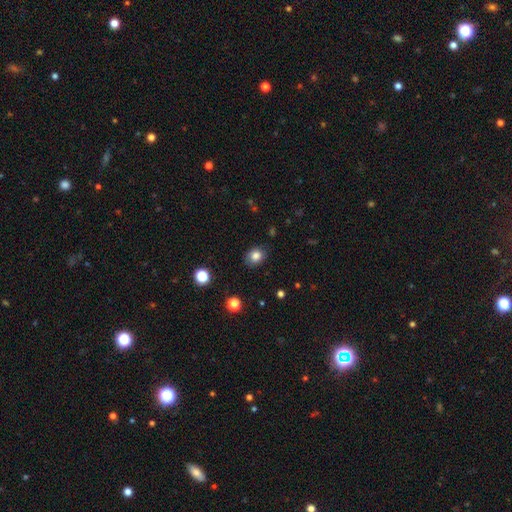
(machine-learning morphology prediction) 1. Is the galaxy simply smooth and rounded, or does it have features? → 81% smooth, 11% star or artifact, 8% featured or disk.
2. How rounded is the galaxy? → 54% in between, 45% round, 1% cigar-shaped.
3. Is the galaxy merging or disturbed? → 84% none, 12% minor disturbance, 3% major disturbance, 1% merger.